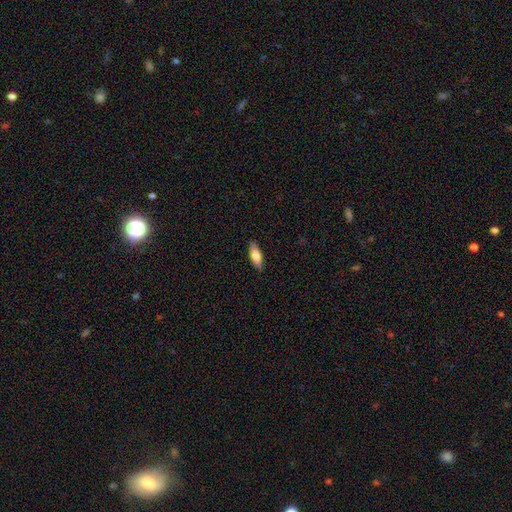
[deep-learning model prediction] The model was most divided on "how rounded": in between: 67%, cigar-shaped: 30%, round: 2%. More confident: merging — none (88%); smooth or featured — smooth (75%).